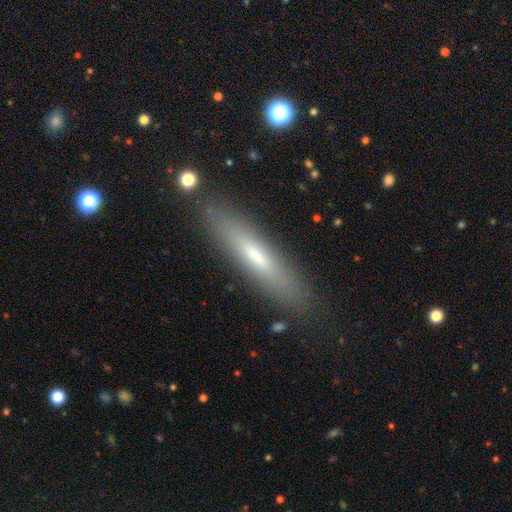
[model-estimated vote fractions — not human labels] smooth 58%, featured or disk 34%, star or artifact 8%. Down the decision tree: how rounded — cigar-shaped (81%); merging — none (85%).